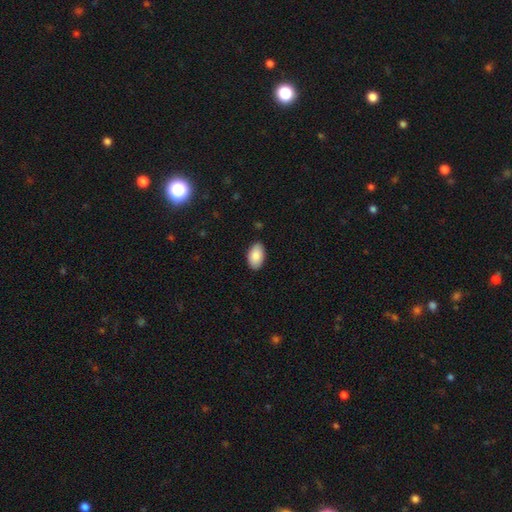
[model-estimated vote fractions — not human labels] This is clearly a smooth galaxy (88%). How rounded: clearly in between (95%). Merging: clearly none (86%).